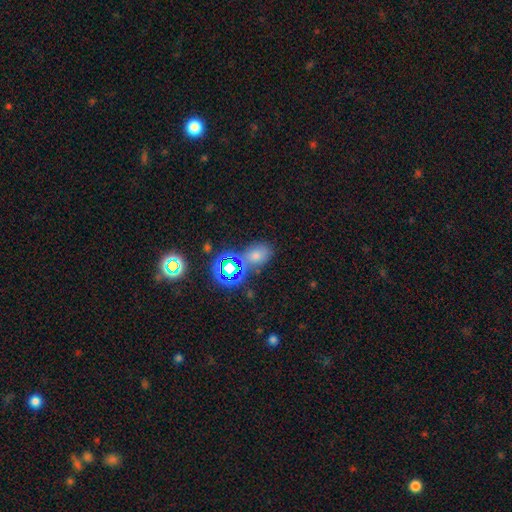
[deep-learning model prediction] This appears to be a smooth galaxy with no disk features (58%) that is in between round and cigar-shaped (75%). Merging: none (65%).